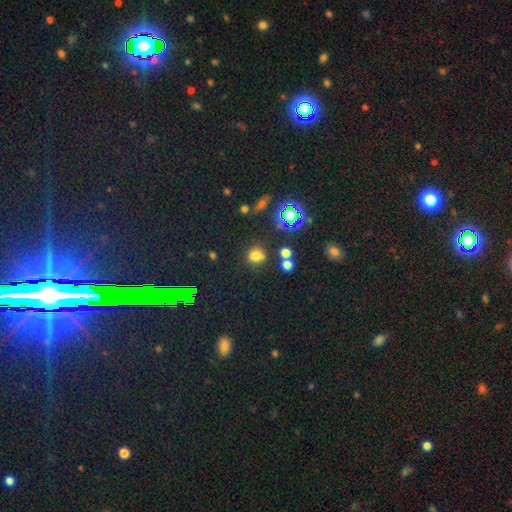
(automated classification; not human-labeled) Smooth or featured: smooth — 65% (star or artifact — 27%)
How rounded: round — 74% (in between — 24%)
Merging: none — 70% (minor disturbance — 13%)